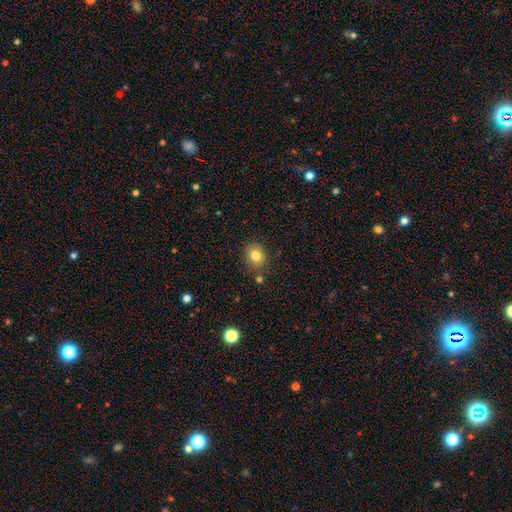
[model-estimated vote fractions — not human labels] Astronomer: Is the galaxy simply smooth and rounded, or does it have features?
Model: smooth — 80%.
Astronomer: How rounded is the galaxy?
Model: round — 65%.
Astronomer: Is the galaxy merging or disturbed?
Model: none — 81%.